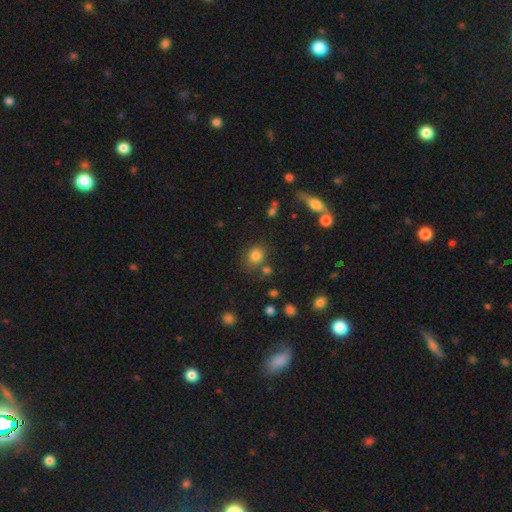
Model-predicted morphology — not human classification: This appears to be a smooth galaxy with no disk features (81%) that is round (74%). Merging: none (72%).